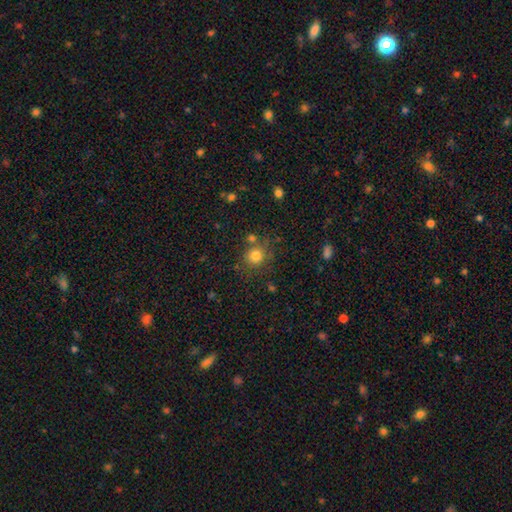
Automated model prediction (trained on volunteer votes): Overall: smooth (80%). How rounded: round (86%). Merging: none (73%).